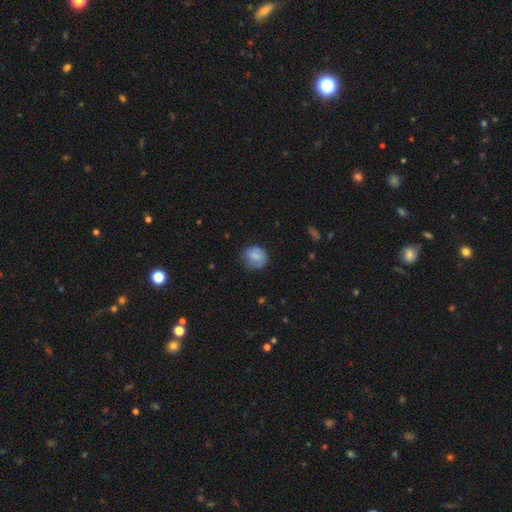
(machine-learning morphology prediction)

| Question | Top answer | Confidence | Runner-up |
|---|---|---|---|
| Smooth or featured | smooth | 75% | featured or disk (17%) |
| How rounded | round | 71% | in between (28%) |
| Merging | none | 65% | minor disturbance (25%) |